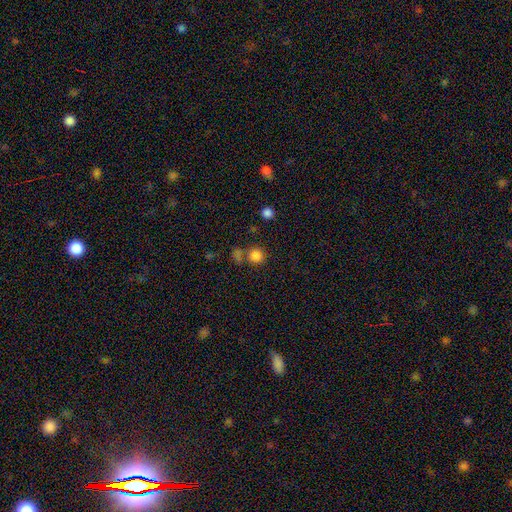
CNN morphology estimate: type=smooth (81%); roundness=round (89%); merging=none (68%).